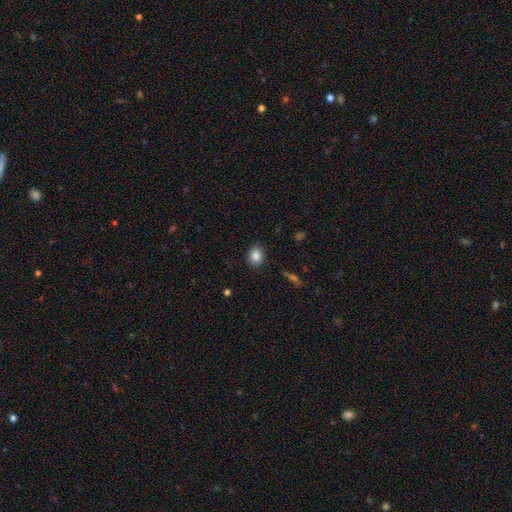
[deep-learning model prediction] A smooth galaxy with no disk features (85%) that is round (50%). Merging: none (88%).